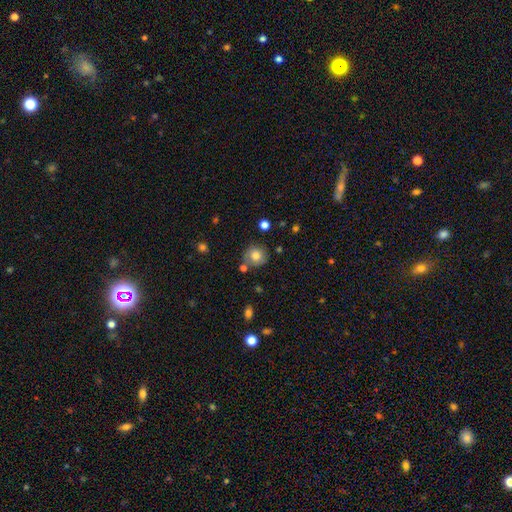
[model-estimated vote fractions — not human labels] Overall: smooth (76%). How rounded: round (86%). Merging: none (72%).